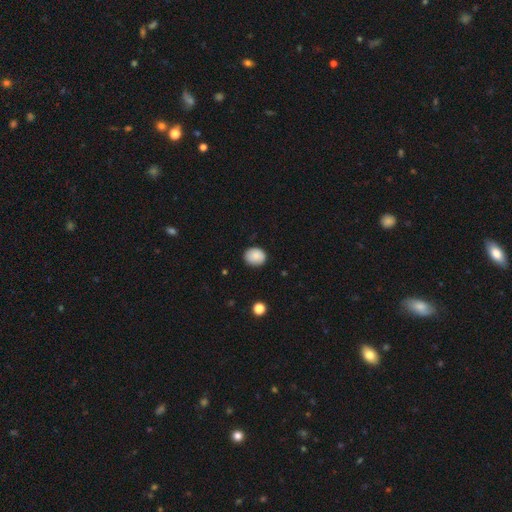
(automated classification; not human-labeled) A smooth galaxy with no disk features (85%) that is round (59%). Merging: none (83%).